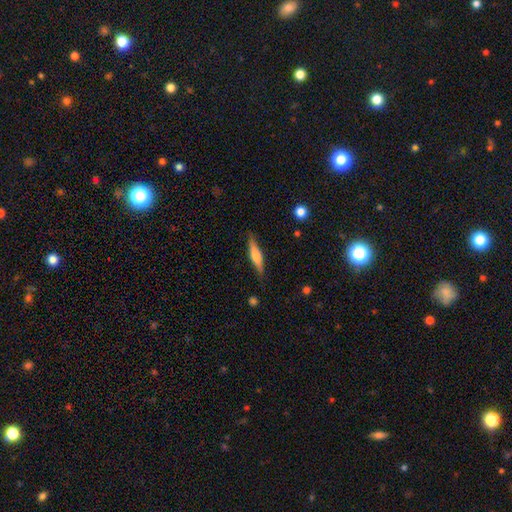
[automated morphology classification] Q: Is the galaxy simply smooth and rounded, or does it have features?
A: smooth — 55%.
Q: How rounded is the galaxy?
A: cigar-shaped — 78%.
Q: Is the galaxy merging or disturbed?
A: none — 84%.